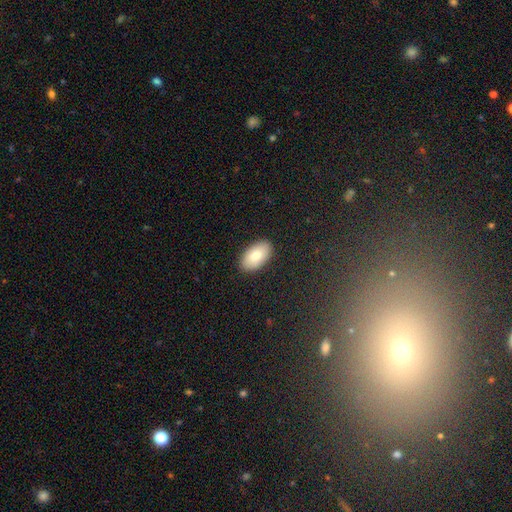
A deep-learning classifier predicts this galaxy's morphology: smooth_or_featured: smooth (p=0.82) [alt: featured or disk p=0.12]
how_rounded: in between (p=0.95) [alt: round p=0.04]
merging: none (p=0.89) [alt: minor disturbance p=0.08]